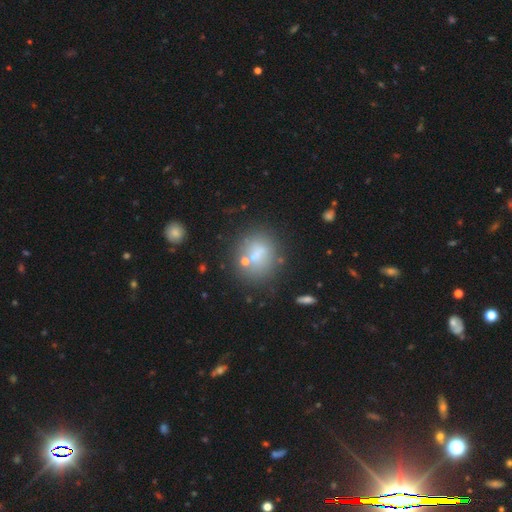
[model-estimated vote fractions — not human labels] Smooth or featured: smooth — 65% (featured or disk — 20%)
How rounded: round — 64% (in between — 33%)
Merging: none — 65% (minor disturbance — 15%)